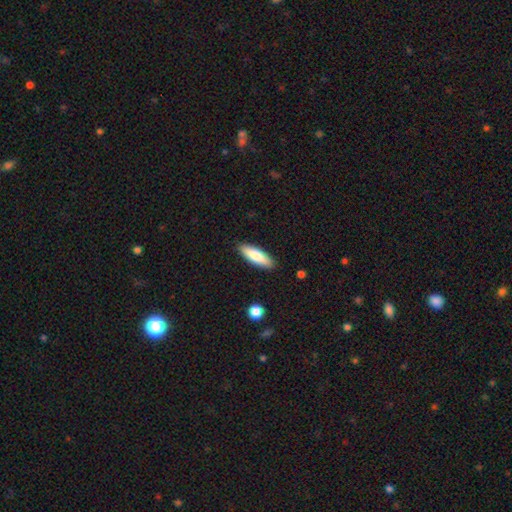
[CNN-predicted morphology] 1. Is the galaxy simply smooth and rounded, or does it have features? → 81% smooth, 13% featured or disk, 5% star or artifact.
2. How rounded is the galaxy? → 51% cigar-shaped, 48% in between, 2% round.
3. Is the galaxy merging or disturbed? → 89% none, 8% minor disturbance, 2% major disturbance, 1% merger.